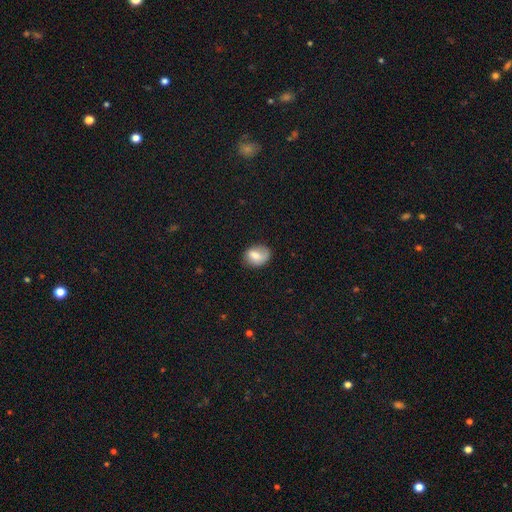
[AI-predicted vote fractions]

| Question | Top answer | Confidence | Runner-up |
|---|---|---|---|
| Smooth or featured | smooth | 67% | featured or disk (25%) |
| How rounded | in between | 59% | round (40%) |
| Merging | none | 64% | minor disturbance (25%) |